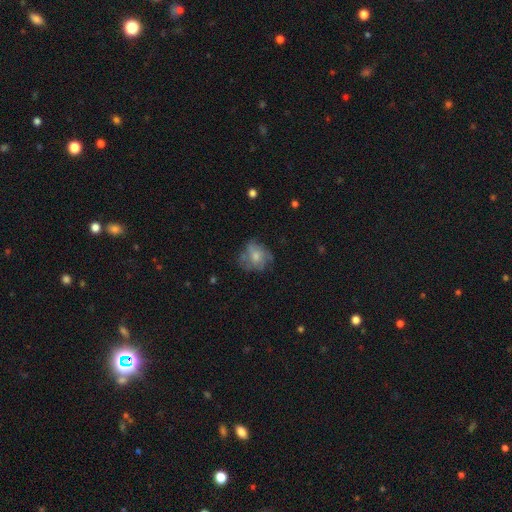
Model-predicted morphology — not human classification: Smooth or featured? smooth (49%)
Merging? none (56%)